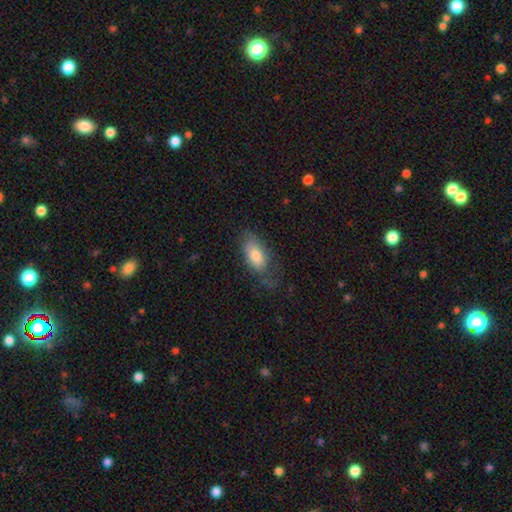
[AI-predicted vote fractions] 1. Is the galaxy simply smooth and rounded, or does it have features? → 74% smooth, 19% featured or disk, 7% star or artifact.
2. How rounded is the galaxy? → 88% in between, 8% cigar-shaped, 4% round.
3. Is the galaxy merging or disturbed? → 55% none, 27% minor disturbance, 16% major disturbance, 2% merger.